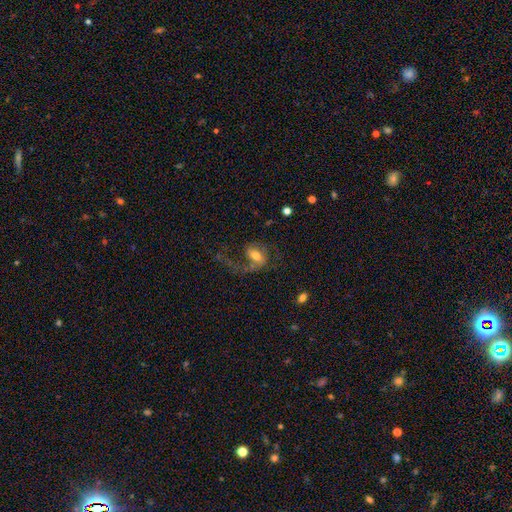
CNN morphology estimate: featured or disk 63%, smooth 28%, star or artifact 9%. Down the decision tree: edge-on disk — no (96%); bar — weak (44%); spiral arms — yes (84%); spiral arm count — 2 (56%); spiral winding — loose (64%); bulge size — moderate (62%); merging — major disturbance (43%).